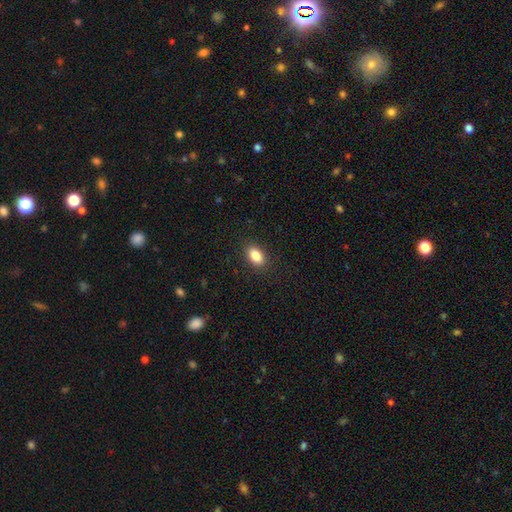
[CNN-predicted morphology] This is clearly a smooth galaxy (85%). How rounded: clearly in between (88%). Merging: clearly none (89%).